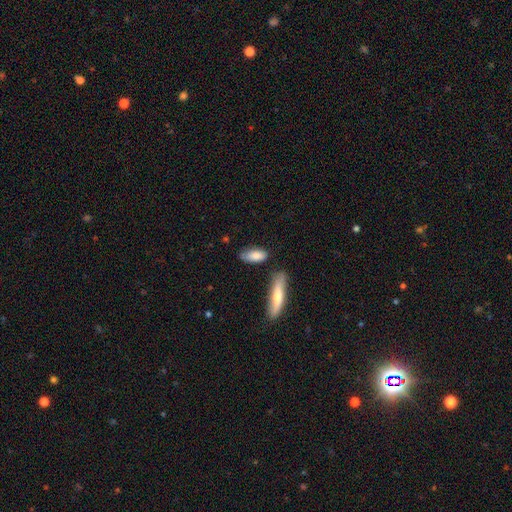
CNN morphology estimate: smooth_or_featured: smooth (p=0.81) [alt: featured or disk p=0.13]
how_rounded: in between (p=0.74) [alt: cigar-shaped p=0.24]
merging: none (p=0.69) [alt: minor disturbance p=0.20]